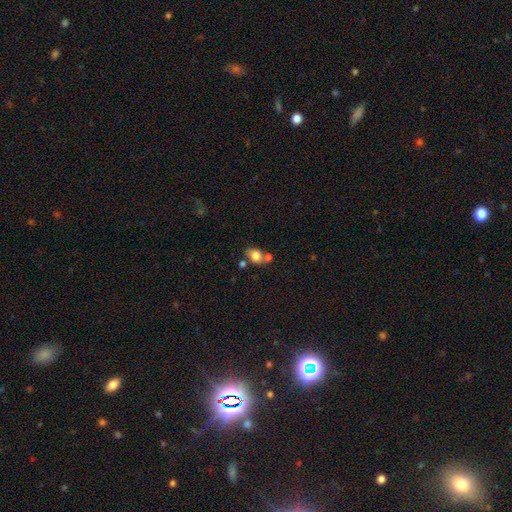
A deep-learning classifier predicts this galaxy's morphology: Smooth or featured?
  - smooth: 78% *
  - featured or disk: 12%
  - star or artifact: 10%
How rounded?
  - in between: 61% *
  - round: 38%
  - cigar-shaped: 1%
Merging?
  - none: 50% *
  - merger: 30%
  - minor disturbance: 15%
  - major disturbance: 5%